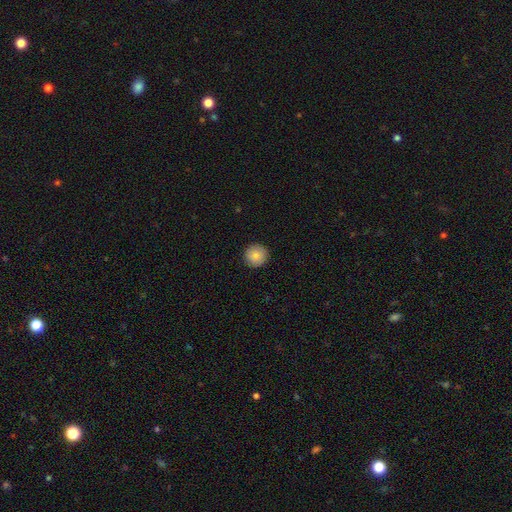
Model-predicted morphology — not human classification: Smooth or featured?
  - smooth: 84% *
  - featured or disk: 8%
  - star or artifact: 8%
How rounded?
  - round: 96% *
  - in between: 3%
  - cigar-shaped: 1%
Merging?
  - none: 92% *
  - minor disturbance: 6%
  - major disturbance: 2%
  - merger: 1%